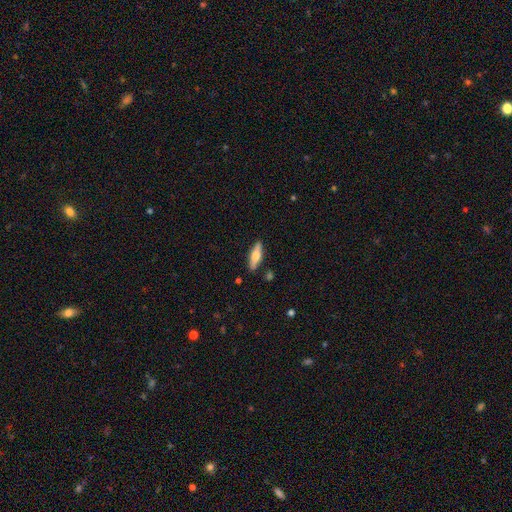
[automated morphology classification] The model was most divided on "smooth or featured": smooth: 48%, featured or disk: 46%, star or artifact: 6%. More confident: merging — none (88%).